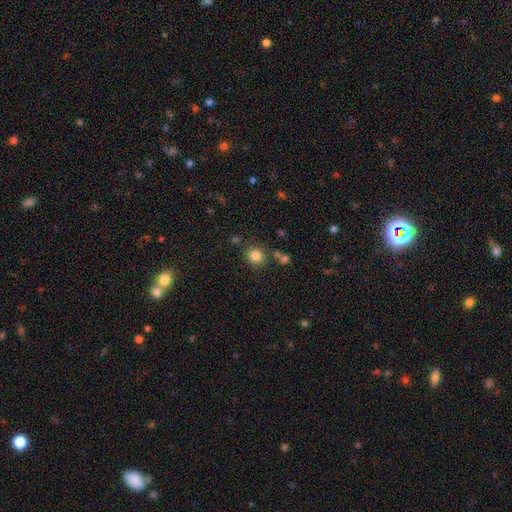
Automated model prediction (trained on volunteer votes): smooth_or_featured: smooth (p=0.82) [alt: star or artifact p=0.13]
how_rounded: round (p=0.90) [alt: in between p=0.09]
merging: none (p=0.79) [alt: minor disturbance p=0.09]